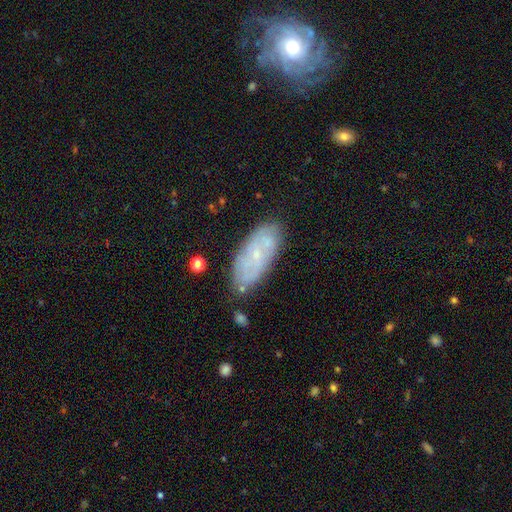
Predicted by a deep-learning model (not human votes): Morphology: type=featured or disk (58%); edge-on=no (90%); bar=no (72%); spiral arms=yes (72%); bulge=small (79%); merging=none (73%).